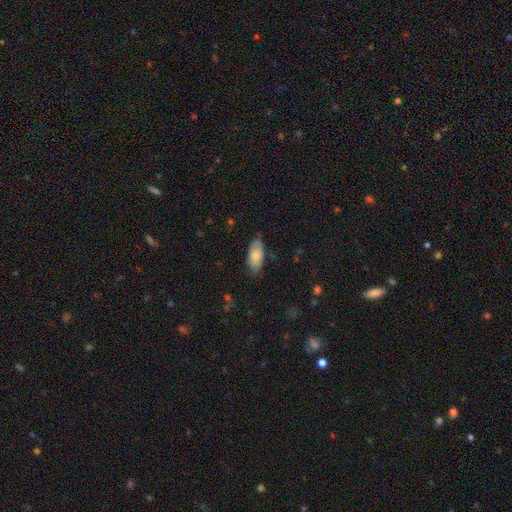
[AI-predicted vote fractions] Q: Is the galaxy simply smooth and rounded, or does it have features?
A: smooth — 80%.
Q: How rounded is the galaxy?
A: in between — 88%.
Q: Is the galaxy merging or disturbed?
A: none — 75%.